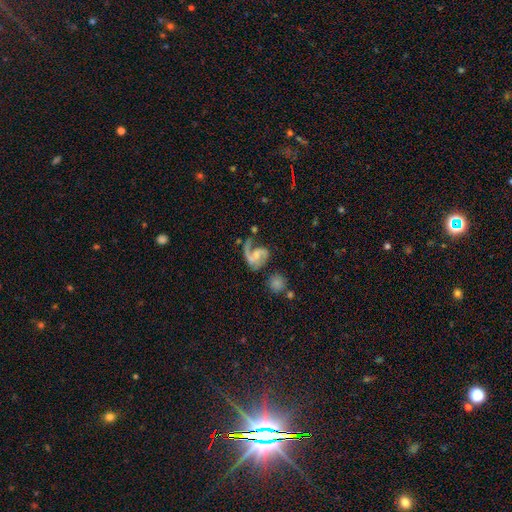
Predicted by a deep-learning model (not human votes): A featured or disk galaxy (84%) with no bar (47%), 2 (62%) medium (44%) spiral arms (95%) and a small central bulge (49%).

Vote fractions:
- Smooth or featured? featured or disk: 84% / smooth: 10% / star or artifact: 6%
- Edge-on disk? no: 98% / yes: 2%
- Bar? no: 47% / weak: 40% / strong: 13%
- Spiral arms? yes: 95% / no: 5%
- Spiral winding? medium: 44% / loose: 43% / tight: 13%
- Spiral arm count? 2: 62% / 1: 32% / can't tell: 3% / 3: 1% / 4: 1% / more than 4: 1%
- Bulge size? small: 49% / moderate: 28% / none: 18% / large: 3% / dominant: 1%
- Merging? none: 42% / major disturbance: 30% / minor disturbance: 20% / merger: 8%